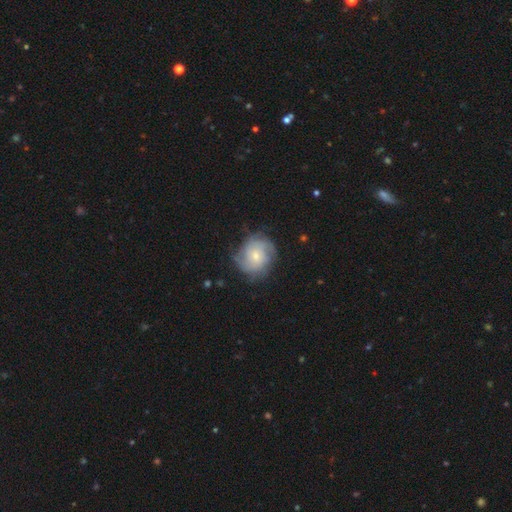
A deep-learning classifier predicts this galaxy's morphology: featured or disk 62%, smooth 30%, star or artifact 7%. Down the decision tree: edge-on disk — no (97%); bar — no (76%); spiral arms — yes (87%); spiral arm count — can't tell (40%); spiral winding — tight (50%); bulge size — small (59%); merging — none (68%).